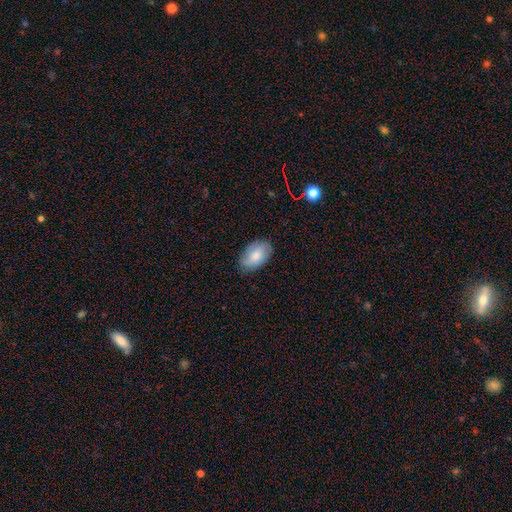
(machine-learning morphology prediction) The model was most divided on "smooth or featured": smooth: 78%, featured or disk: 15%, star or artifact: 6%. More confident: how rounded — in between (92%); merging — none (81%).